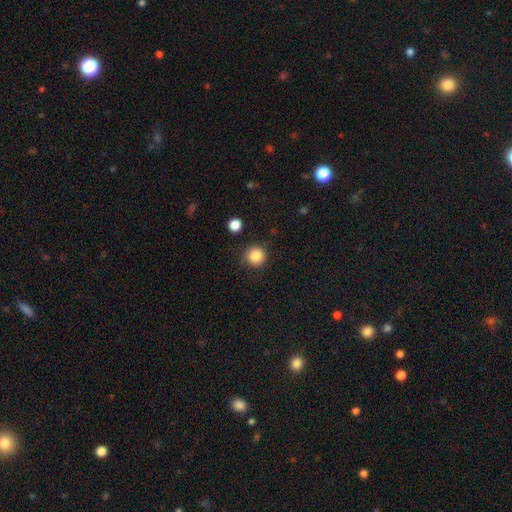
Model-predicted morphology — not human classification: type=smooth (85%); roundness=round (94%); merging=none (87%).